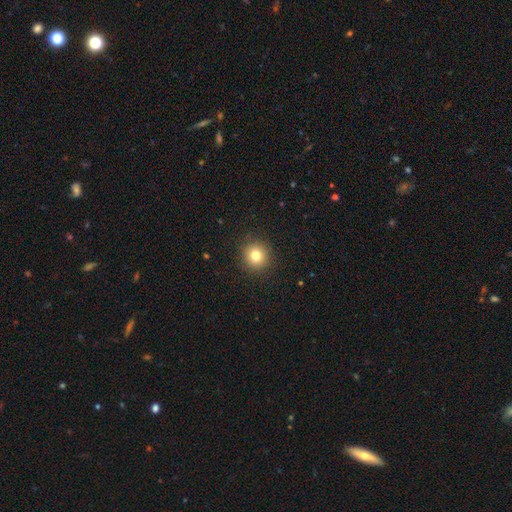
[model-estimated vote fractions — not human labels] A smooth galaxy with no disk features (79%) that is round (93%).

Vote fractions:
- Smooth or featured? smooth: 79% / star or artifact: 12% / featured or disk: 8%
- How rounded? round: 93% / in between: 6% / cigar-shaped: 1%
- Merging? none: 91% / minor disturbance: 6% / major disturbance: 2% / merger: 1%